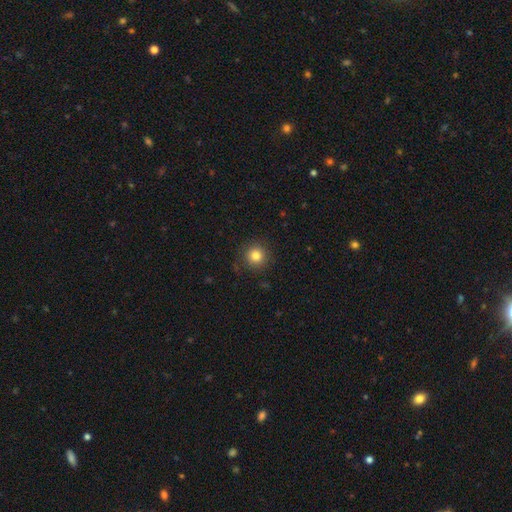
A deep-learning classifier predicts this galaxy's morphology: Smooth or featured? smooth (82%)
How rounded? round (95%)
Merging? none (89%)